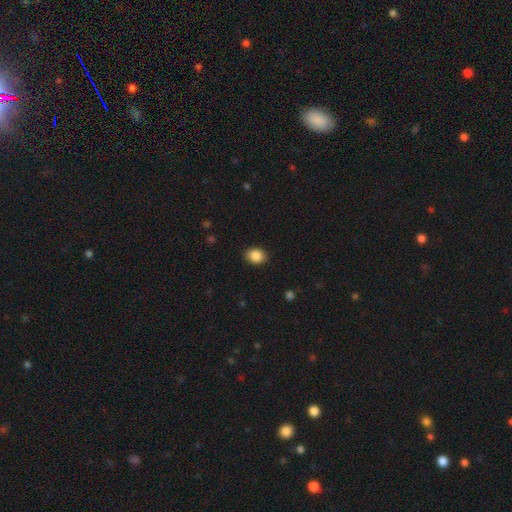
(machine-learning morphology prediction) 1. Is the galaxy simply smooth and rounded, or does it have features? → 88% smooth, 8% star or artifact, 4% featured or disk.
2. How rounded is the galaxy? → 59% in between, 40% round, 1% cigar-shaped.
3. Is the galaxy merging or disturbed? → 88% none, 8% minor disturbance, 2% major disturbance, 1% merger.